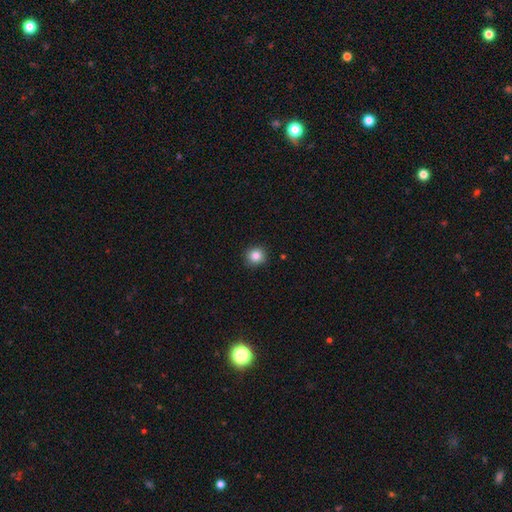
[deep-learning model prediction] Smooth or featured? Predicted: smooth (p=0.84). How rounded? Predicted: round (p=0.91). Merging? Predicted: none (p=0.91).